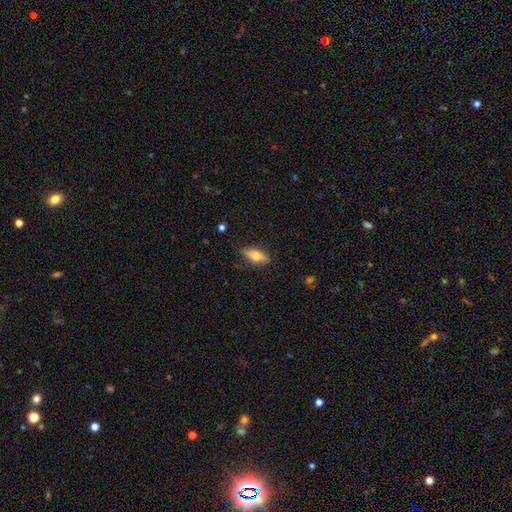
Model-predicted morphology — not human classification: Smooth or featured? smooth (57%)
How rounded? in between (67%)
Merging? none (82%)